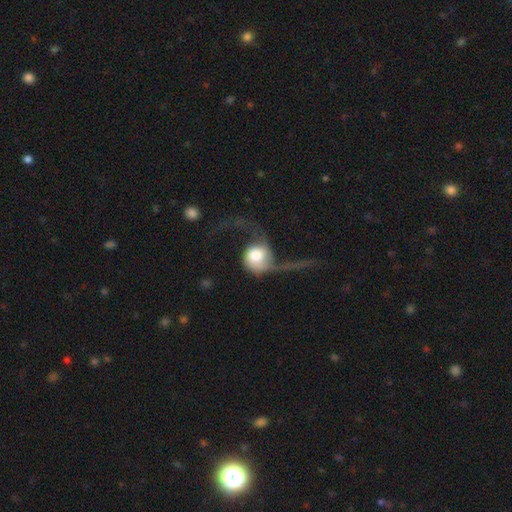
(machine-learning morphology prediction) smooth-or-featured: featured or disk: 53% | smooth: 40% | star or artifact: 7%
  disk-edge-on: no: 95% | yes: 5%
    bar: no: 76% | weak: 19% | strong: 5%
    has-spiral-arms: yes: 78% | no: 22%
    bulge-size: large: 43% | moderate: 27% | dominant: 23% | small: 5% | none: 2%
  merging: major disturbance: 54% | none: 26% | minor disturbance: 13% | merger: 7%